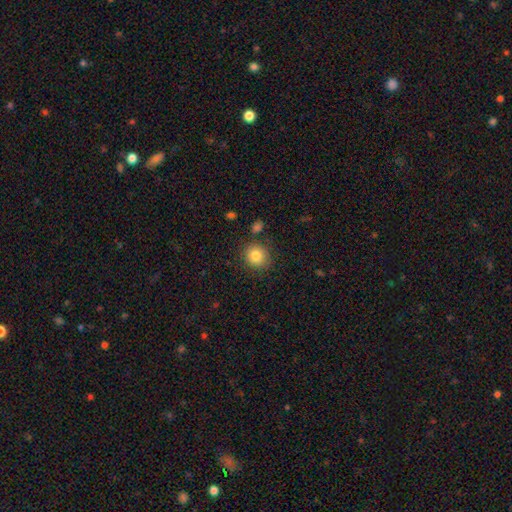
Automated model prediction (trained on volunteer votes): This appears to be a smooth galaxy with no disk features (83%) that is round (84%). Merging: none (84%).